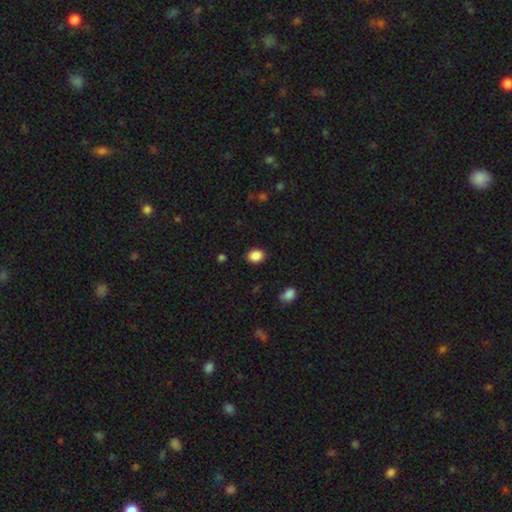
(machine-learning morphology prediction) A smooth galaxy with no disk features (88%) that is in between round and cigar-shaped (54%).

Vote fractions:
- Smooth or featured? smooth: 88% / star or artifact: 9% / featured or disk: 3%
- How rounded? in between: 54% / round: 45% / cigar-shaped: 1%
- Merging? none: 86% / minor disturbance: 10% / major disturbance: 3% / merger: 1%